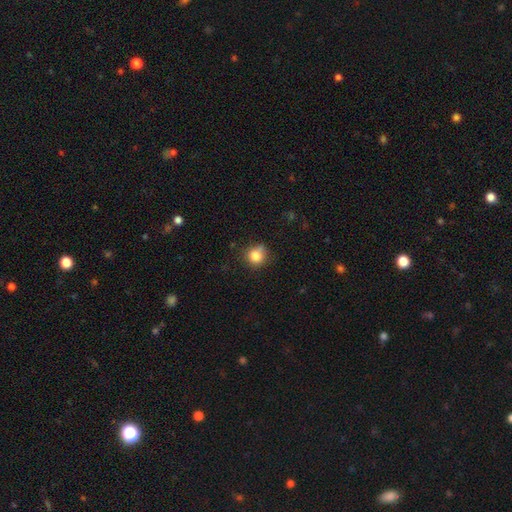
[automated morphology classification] smooth 82%, star or artifact 11%, featured or disk 7%. Down the decision tree: how rounded — round (86%); merging — none (67%).